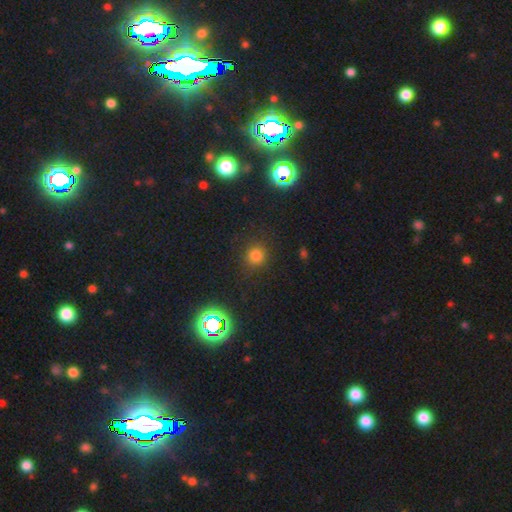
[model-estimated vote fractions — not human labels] Morphology: type=smooth (71%); roundness=round (90%); merging=none (85%).